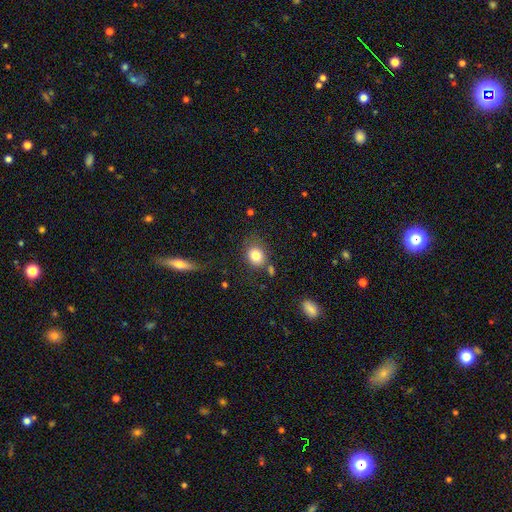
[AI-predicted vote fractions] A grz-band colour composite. It shows a smooth galaxy with no disk features (81%) that is round (61%). Merging: none (69%).